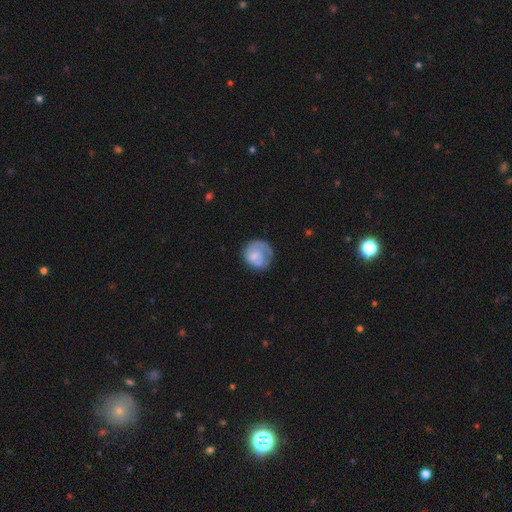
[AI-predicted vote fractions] This appears to be a smooth galaxy with no disk features (59%) that is round (78%). Merging: none (53%).